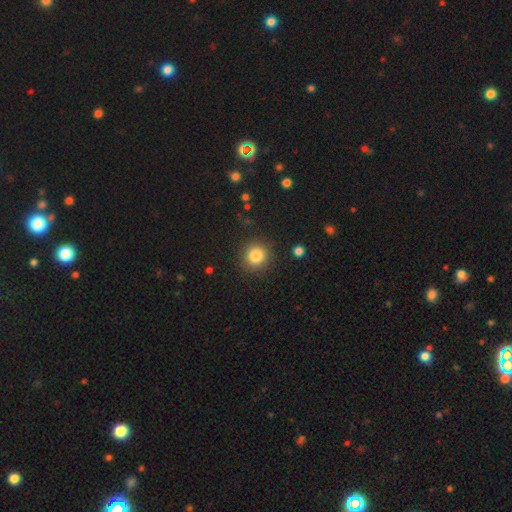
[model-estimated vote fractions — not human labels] Smooth or featured?
  - smooth: 82% *
  - star or artifact: 11%
  - featured or disk: 6%
How rounded?
  - round: 92% *
  - in between: 7%
  - cigar-shaped: 1%
Merging?
  - none: 89% *
  - minor disturbance: 7%
  - major disturbance: 3%
  - merger: 1%